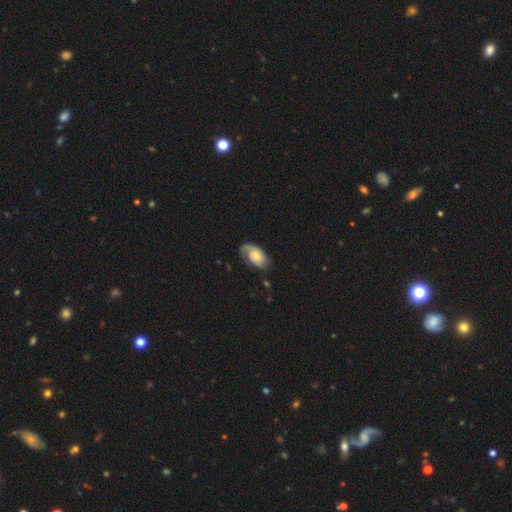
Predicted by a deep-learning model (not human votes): Smooth or featured?
  - featured or disk: 63% *
  - smooth: 31%
  - star or artifact: 6%
Edge-on disk?
  - no: 95% *
  - yes: 5%
Bar?
  - no: 74% *
  - weak: 23%
  - strong: 4%
Spiral arms?
  - yes: 89% *
  - no: 11%
Spiral winding?
  - tight: 40% *
  - medium: 37%
  - loose: 23%
Spiral arm count?
  - 2: 43% *
  - 1: 41%
  - can't tell: 12%
  - 3: 2%
  - 4: 1%
  - more than 4: 1%
Bulge size?
  - moderate: 43% *
  - small: 42%
  - large: 8%
  - none: 6%
  - dominant: 2%
Merging?
  - none: 61% *
  - minor disturbance: 24%
  - major disturbance: 14%
  - merger: 2%